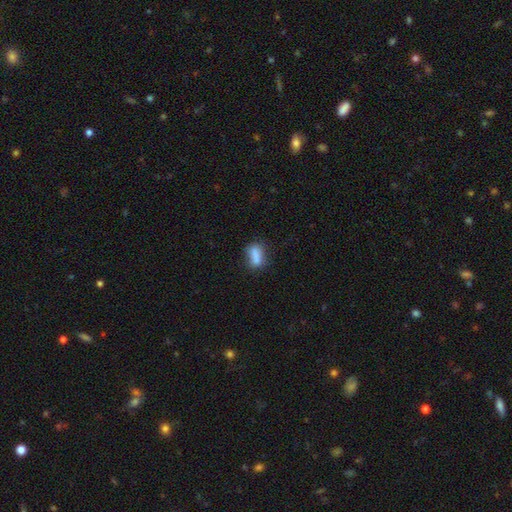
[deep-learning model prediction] Smooth or featured: smooth — 80% (featured or disk — 10%)
How rounded: in between — 69% (cigar-shaped — 24%)
Merging: none — 61% (minor disturbance — 24%)